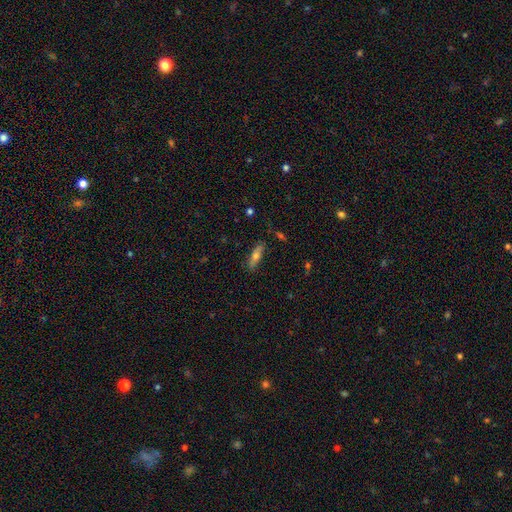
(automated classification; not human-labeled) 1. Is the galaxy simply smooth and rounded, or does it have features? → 62% smooth, 30% featured or disk, 8% star or artifact.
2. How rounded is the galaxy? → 58% cigar-shaped, 40% in between, 3% round.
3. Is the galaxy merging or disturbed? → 82% none, 13% minor disturbance, 3% major disturbance, 2% merger.